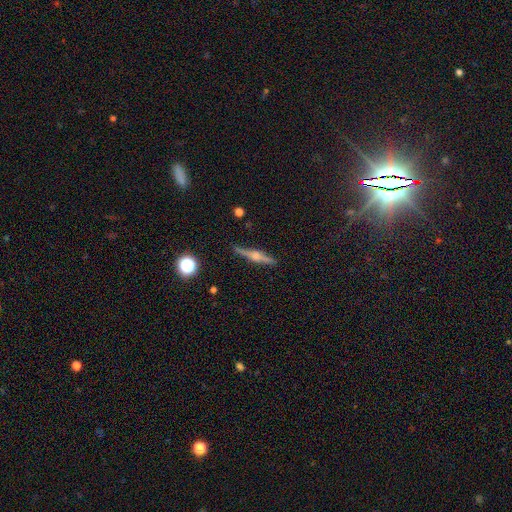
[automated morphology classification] smooth_or_featured: featured or disk (p=0.77) [alt: smooth p=0.15]
disk_edge_on: yes (p=0.98) [alt: no p=0.02]
edge_on_bulge: rounded (p=0.90) [alt: boxy p=0.07]
merging: none (p=0.90) [alt: minor disturbance p=0.07]